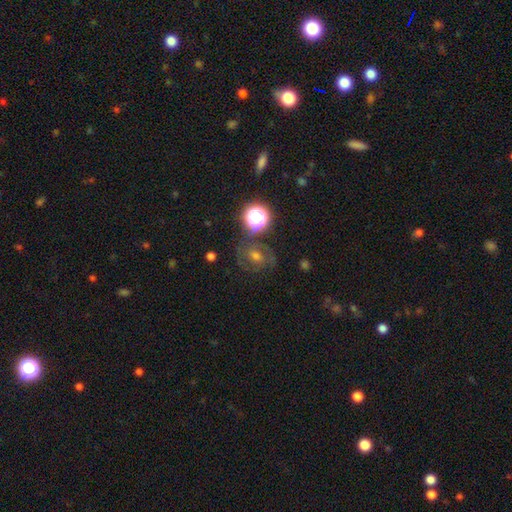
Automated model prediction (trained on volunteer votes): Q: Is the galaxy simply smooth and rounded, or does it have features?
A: featured or disk — 38%, tied with smooth.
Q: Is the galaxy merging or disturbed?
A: none — 68%.